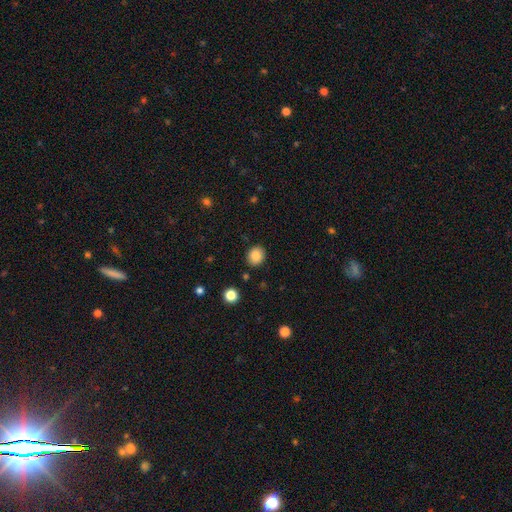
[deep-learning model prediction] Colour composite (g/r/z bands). It shows a smooth galaxy with no disk features (85%) that is round (72%). Merging: none (88%).